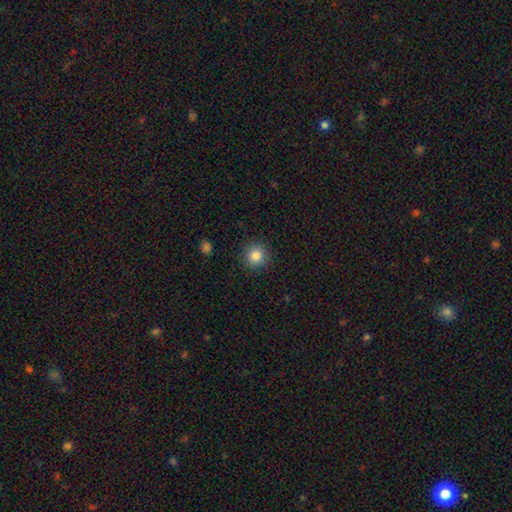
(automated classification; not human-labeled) Smooth or featured: smooth — 84% (star or artifact — 11%)
How rounded: round — 94% (in between — 5%)
Merging: none — 91% (minor disturbance — 6%)